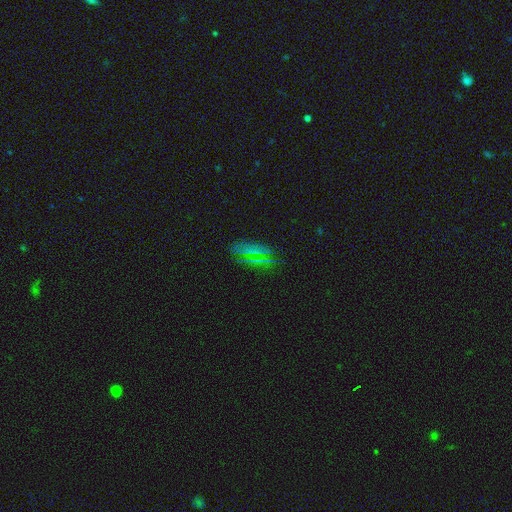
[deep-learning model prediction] A smooth galaxy with no disk features (38%).

Vote fractions:
- Smooth or featured? smooth: 38% / star or artifact: 35% / featured or disk: 27%
- Merging? none: 69% / minor disturbance: 17% / major disturbance: 9% / merger: 4%